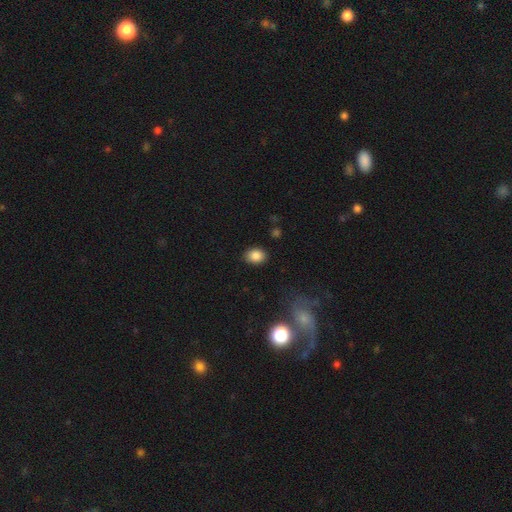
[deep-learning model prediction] Smooth or featured? Predicted: smooth (p=0.86). How rounded? Predicted: in between (p=0.59). Merging? Predicted: none (p=0.87).